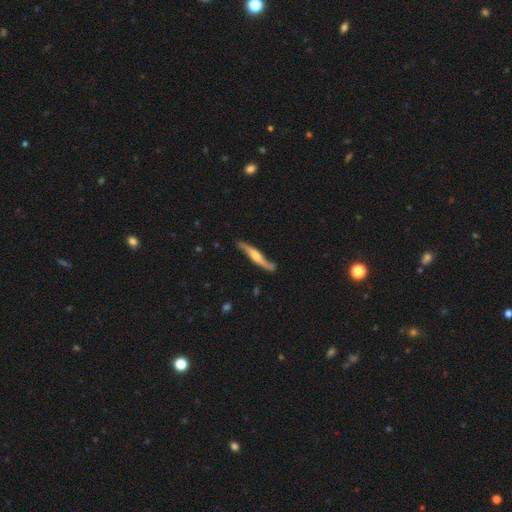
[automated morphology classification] Smooth or featured? featured or disk (66%)
Edge-on disk? yes (76%)
Merging? none (72%)